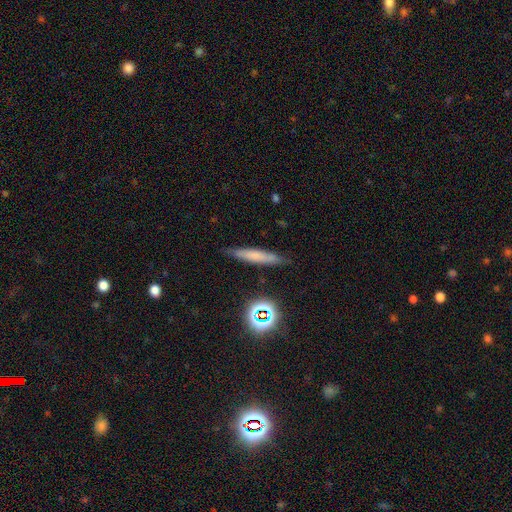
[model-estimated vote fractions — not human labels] The model was most divided on "smooth or featured": smooth: 62%, featured or disk: 26%, star or artifact: 12%. More confident: how rounded — cigar-shaped (89%); merging — none (84%).